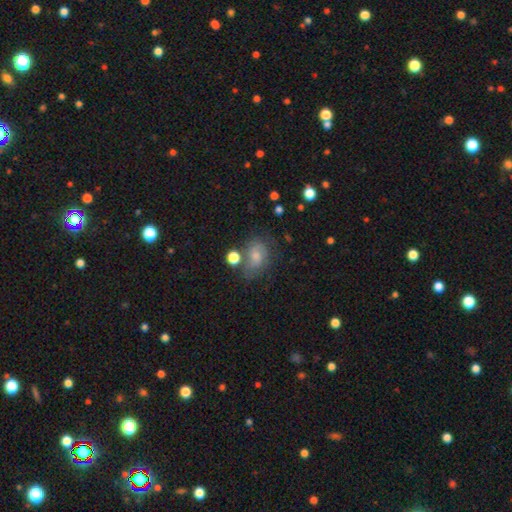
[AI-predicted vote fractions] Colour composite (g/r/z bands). It shows a smooth galaxy with no disk features (48%). Merging: none (61%).